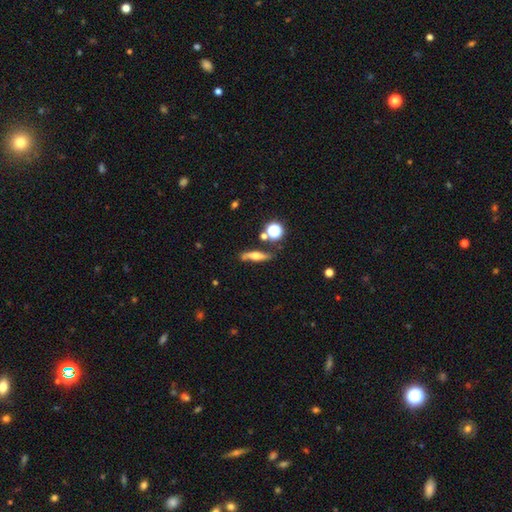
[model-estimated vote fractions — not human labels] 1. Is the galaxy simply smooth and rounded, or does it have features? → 51% featured or disk, 39% smooth, 10% star or artifact.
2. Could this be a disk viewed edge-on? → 81% yes, 19% no.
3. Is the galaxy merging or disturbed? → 73% none, 15% minor disturbance, 7% merger, 5% major disturbance.